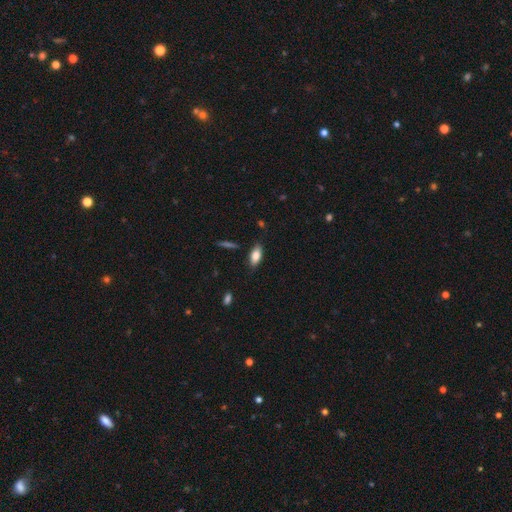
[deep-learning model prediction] smooth-or-featured: smooth: 81% | featured or disk: 12% | star or artifact: 7%
  how-rounded: in between: 87% | cigar-shaped: 10% | round: 3%
  merging: none: 82% | minor disturbance: 13% | major disturbance: 3% | merger: 2%